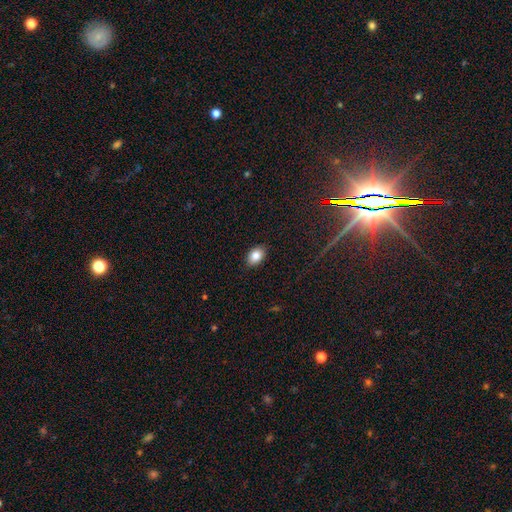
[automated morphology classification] A smooth galaxy with no disk features (84%) that is in between round and cigar-shaped (82%).

Vote fractions:
- Smooth or featured? smooth: 84% / star or artifact: 9% / featured or disk: 7%
- How rounded? in between: 82% / round: 17% / cigar-shaped: 1%
- Merging? none: 89% / minor disturbance: 9% / major disturbance: 2% / merger: 1%